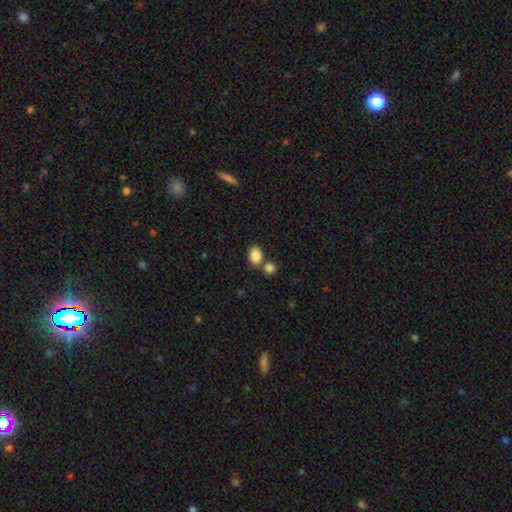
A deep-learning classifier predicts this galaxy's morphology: Smooth or featured?
  - smooth: 87% *
  - star or artifact: 8%
  - featured or disk: 5%
How rounded?
  - in between: 61% *
  - round: 38%
  - cigar-shaped: 1%
Merging?
  - none: 58% *
  - merger: 30%
  - minor disturbance: 9%
  - major disturbance: 3%